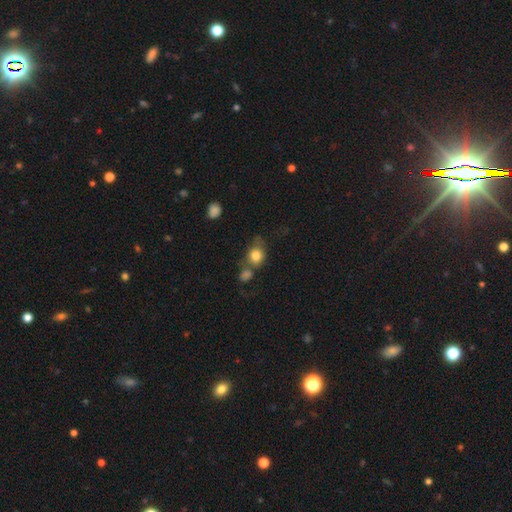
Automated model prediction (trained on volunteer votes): A smooth galaxy with no disk features (80%) that is round (58%).

Vote fractions:
- Smooth or featured? smooth: 80% / featured or disk: 11% / star or artifact: 10%
- How rounded? round: 58% / in between: 40% / cigar-shaped: 2%
- Merging? none: 43% / merger: 30% / minor disturbance: 18% / major disturbance: 10%